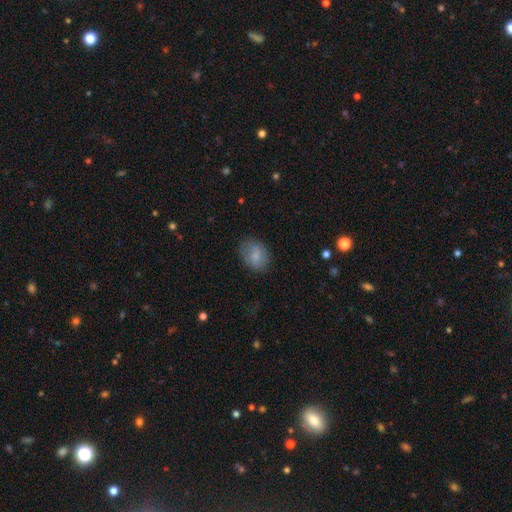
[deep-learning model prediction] smooth_or_featured: smooth (p=0.77) [alt: featured or disk p=0.16]
how_rounded: in between (p=0.68) [alt: round p=0.31]
merging: none (p=0.74) [alt: minor disturbance p=0.19]